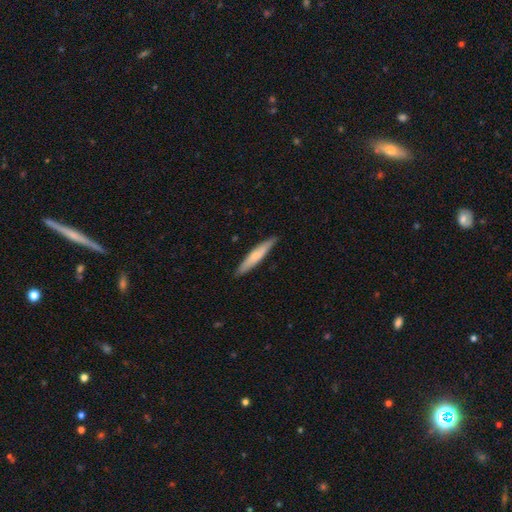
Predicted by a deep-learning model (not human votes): Smooth or featured?
  - smooth: 64% *
  - featured or disk: 31%
  - star or artifact: 5%
How rounded?
  - cigar-shaped: 92% *
  - in between: 7%
  - round: 1%
Merging?
  - none: 89% *
  - minor disturbance: 8%
  - major disturbance: 1%
  - merger: 1%